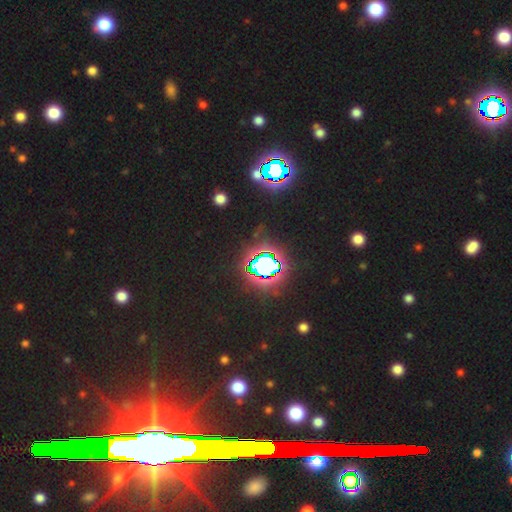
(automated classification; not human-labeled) The model was most divided on "smooth or featured": star or artifact: 83%, smooth: 9%, featured or disk: 8%.